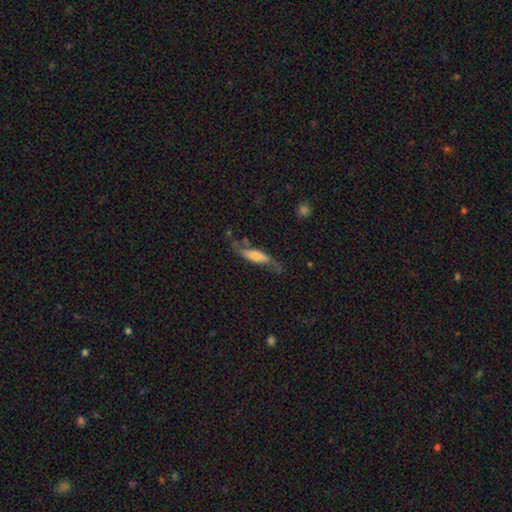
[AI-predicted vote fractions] The model was most divided on "edge-on disk": no: 60%, yes: 40%. More confident: smooth or featured — featured or disk (58%); merging — none (55%).